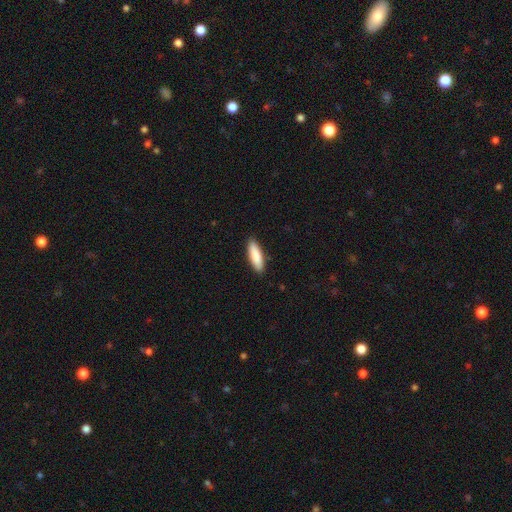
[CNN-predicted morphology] This is clearly a smooth galaxy (88%). How rounded: possibly cigar-shaped (55%). Merging: clearly none (90%).